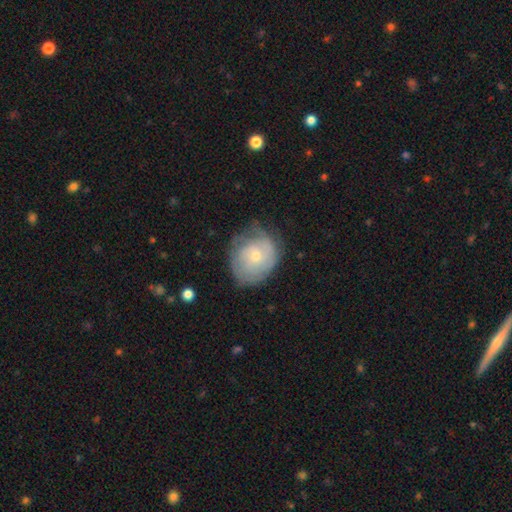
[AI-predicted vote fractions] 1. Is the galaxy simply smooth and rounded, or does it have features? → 52% featured or disk, 40% smooth, 8% star or artifact.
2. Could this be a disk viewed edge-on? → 96% no, 4% yes.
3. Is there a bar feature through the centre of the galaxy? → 81% no, 17% weak, 3% strong.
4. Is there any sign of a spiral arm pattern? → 71% yes, 29% no.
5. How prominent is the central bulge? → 63% small, 33% moderate, 2% large, 1% none, 1% dominant.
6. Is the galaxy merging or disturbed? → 63% none, 27% minor disturbance, 9% major disturbance, 1% merger.